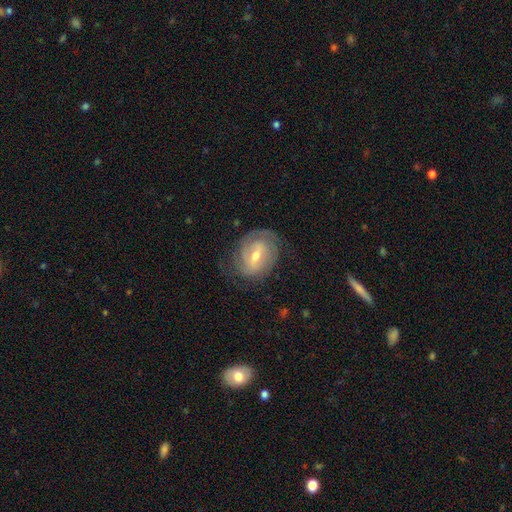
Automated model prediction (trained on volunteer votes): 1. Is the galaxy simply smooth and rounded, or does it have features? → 72% featured or disk, 22% smooth, 7% star or artifact.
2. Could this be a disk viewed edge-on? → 95% no, 5% yes.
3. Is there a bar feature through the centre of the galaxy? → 49% weak, 33% strong, 18% no.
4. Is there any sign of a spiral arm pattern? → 79% yes, 21% no.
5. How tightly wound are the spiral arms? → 57% tight, 31% medium, 12% loose.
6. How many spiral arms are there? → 50% 2, 30% can't tell, 9% 1, 7% 3, 2% 4, 2% more than 4.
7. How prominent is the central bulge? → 59% moderate, 36% small, 3% large, 1% none, 1% dominant.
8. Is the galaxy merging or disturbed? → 67% none, 21% minor disturbance, 10% major disturbance, 1% merger.